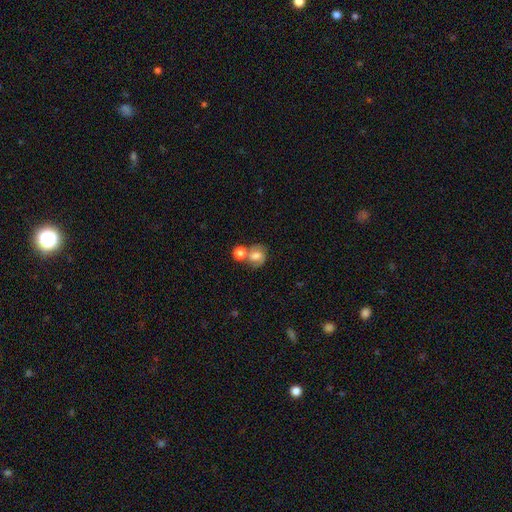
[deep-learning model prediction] smooth 53%, featured or disk 37%, star or artifact 10%. Down the decision tree: how rounded — round (64%); merging — none (46%).